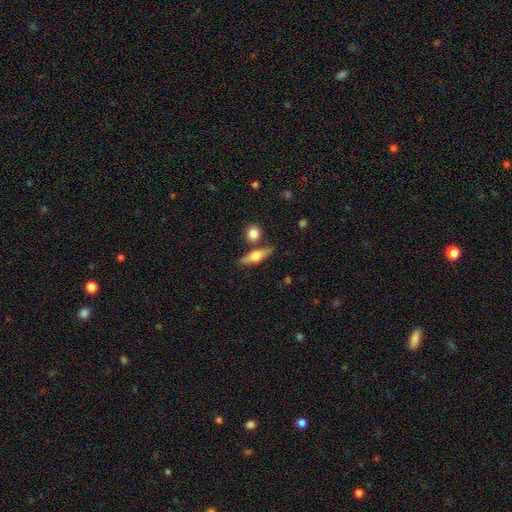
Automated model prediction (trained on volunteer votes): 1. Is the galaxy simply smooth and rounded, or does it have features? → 48% smooth, 45% featured or disk, 7% star or artifact.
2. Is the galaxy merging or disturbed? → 76% none, 11% merger, 10% minor disturbance, 3% major disturbance.